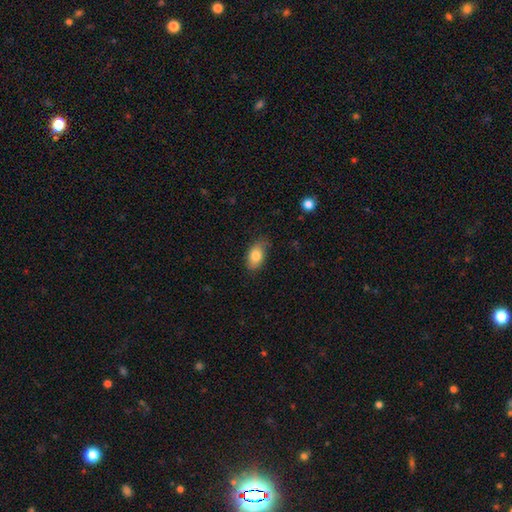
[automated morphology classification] The model was most divided on "merging": none: 77%, minor disturbance: 19%, major disturbance: 3%, merger: 1%. More confident: how rounded — in between (90%); smooth or featured — smooth (82%).